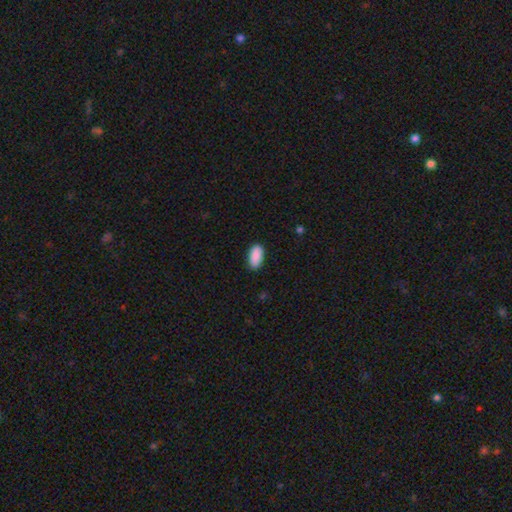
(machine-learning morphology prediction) A smooth galaxy with no disk features (91%) that is in between round and cigar-shaped (93%).

Vote fractions:
- Smooth or featured? smooth: 91% / star or artifact: 6% / featured or disk: 3%
- How rounded? in between: 93% / cigar-shaped: 5% / round: 2%
- Merging? none: 87% / minor disturbance: 10% / major disturbance: 2% / merger: 1%